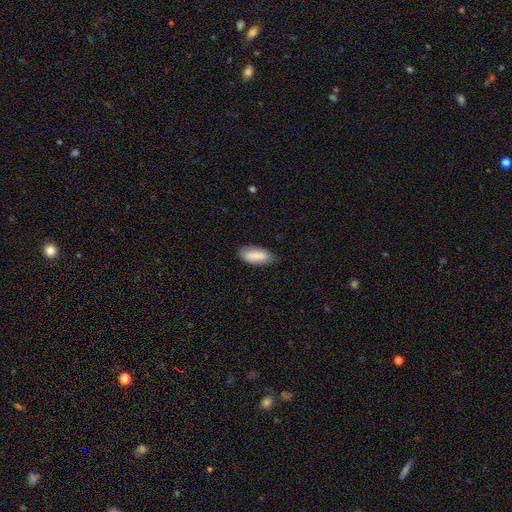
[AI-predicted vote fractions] Q: Smooth or featured?
A: smooth (84%); runner-up: featured or disk (10%)
Q: How rounded?
A: in between (86%); runner-up: cigar-shaped (12%)
Q: Merging?
A: none (78%); runner-up: minor disturbance (17%)